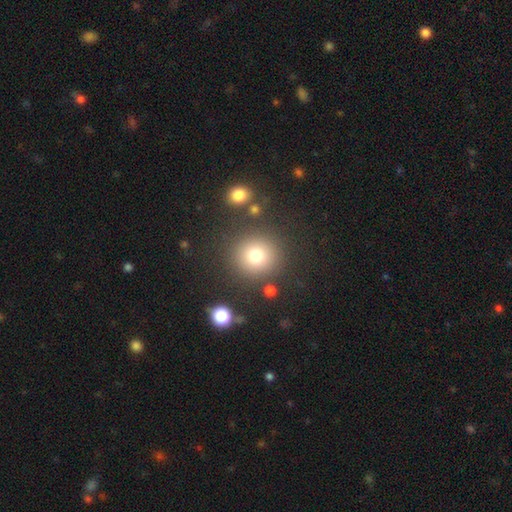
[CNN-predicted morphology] Smooth or featured: smooth — 77% (star or artifact — 14%)
How rounded: round — 93% (in between — 6%)
Merging: none — 84% (minor disturbance — 7%)